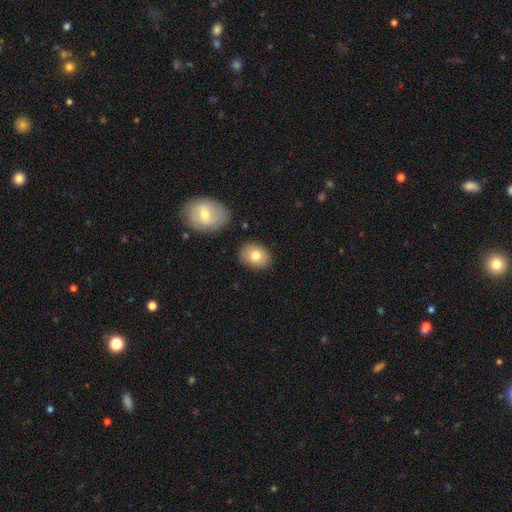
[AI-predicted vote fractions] Q: Smooth or featured?
A: smooth (78%); runner-up: featured or disk (13%)
Q: How rounded?
A: in between (64%); runner-up: round (35%)
Q: Merging?
A: none (81%); runner-up: minor disturbance (12%)